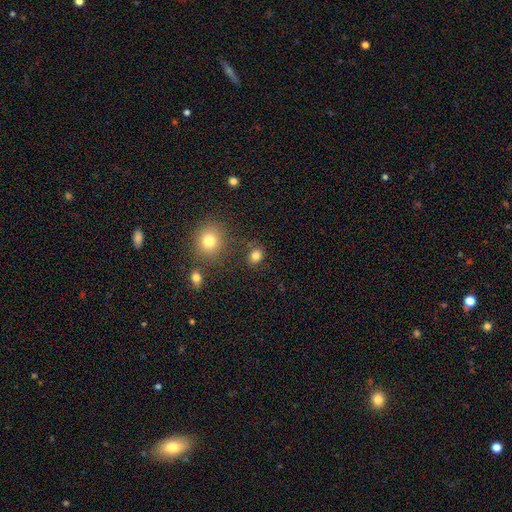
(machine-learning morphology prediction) This is clearly a smooth galaxy (82%). How rounded: possibly round (50%). Merging: likely none (78%).